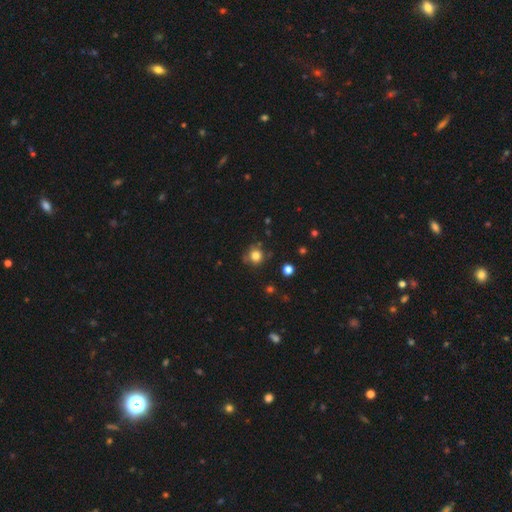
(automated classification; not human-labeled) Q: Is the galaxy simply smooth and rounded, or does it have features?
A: smooth — 80%.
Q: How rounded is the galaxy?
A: round — 90%.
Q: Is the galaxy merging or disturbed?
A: none — 77%.